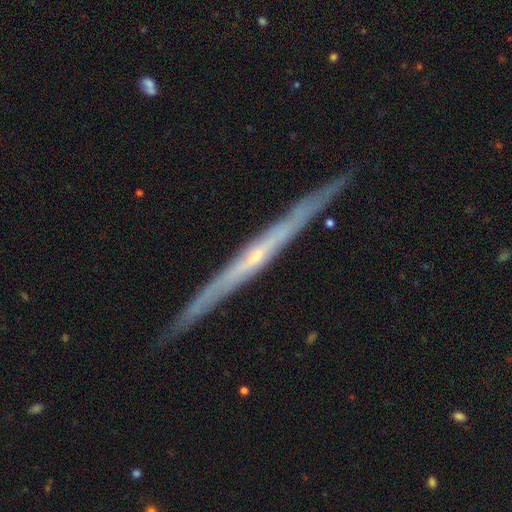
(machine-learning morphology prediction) Smooth or featured: featured or disk — 79% (smooth — 15%)
Edge-on disk: yes — 97% (no — 3%)
Edge-on bulge: none — 56% (rounded — 40%)
Merging: none — 89% (minor disturbance — 8%)